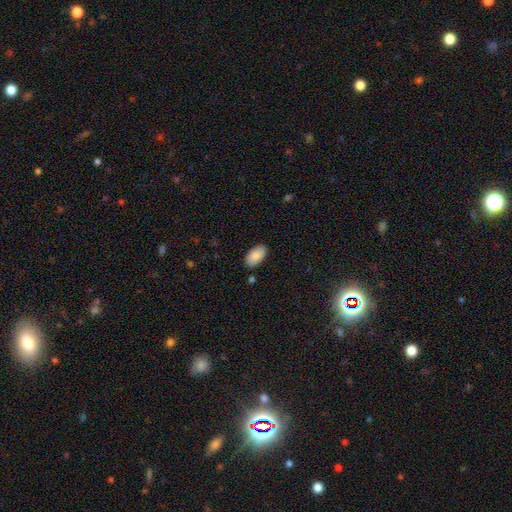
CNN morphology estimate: smooth 88%, star or artifact 6%, featured or disk 5%. Down the decision tree: how rounded — in between (95%); merging — none (84%).